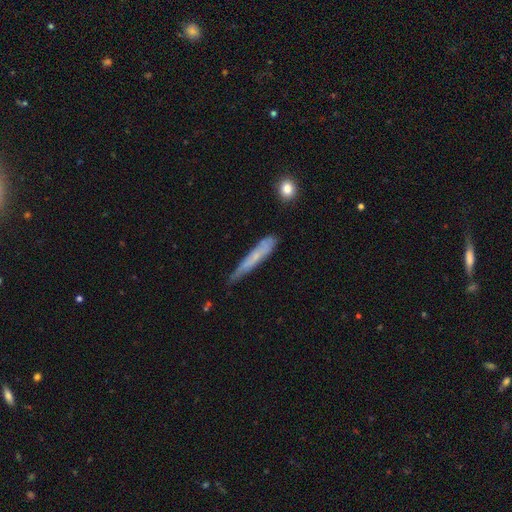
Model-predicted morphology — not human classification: The model was most divided on "smooth or featured": smooth: 53%, featured or disk: 39%, star or artifact: 8%. More confident: how rounded — cigar-shaped (93%); merging — none (59%).